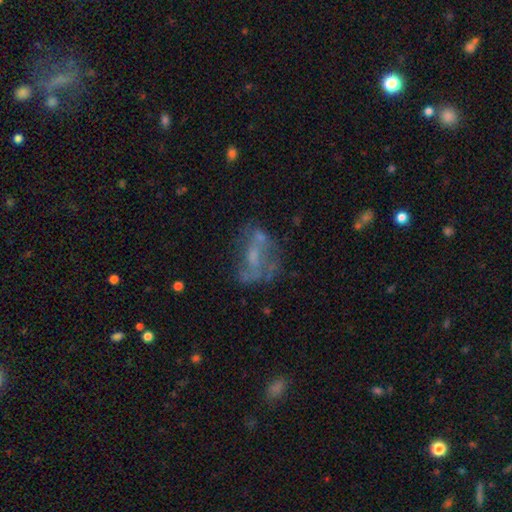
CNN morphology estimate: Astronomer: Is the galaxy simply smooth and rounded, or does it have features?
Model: featured or disk — 54%.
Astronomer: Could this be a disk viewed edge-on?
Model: no — 94%.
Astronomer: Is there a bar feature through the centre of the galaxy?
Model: no — 64%.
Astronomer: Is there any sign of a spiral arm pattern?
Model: no — 68%.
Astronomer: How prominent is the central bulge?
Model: small — 41% (runner-up: none, 32%).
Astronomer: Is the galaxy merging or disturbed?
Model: none — 43% (runner-up: major disturbance, 24%).